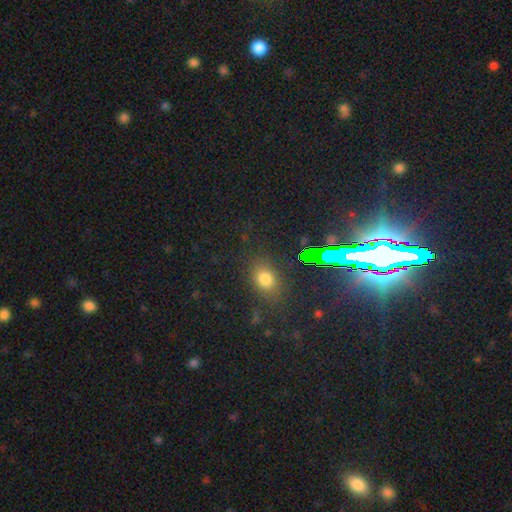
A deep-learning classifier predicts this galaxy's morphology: Smooth or featured? Predicted: star or artifact (p=0.54).